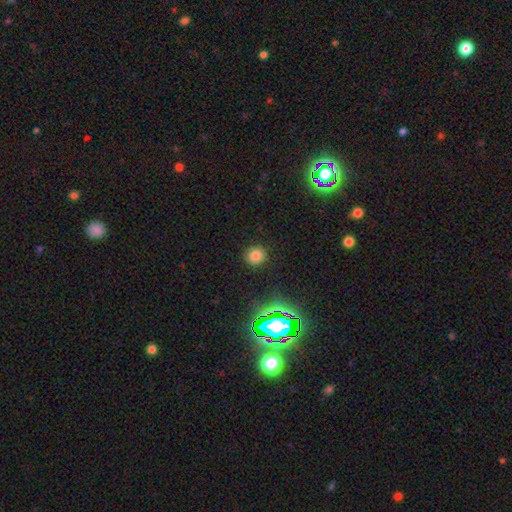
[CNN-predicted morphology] Smooth or featured? smooth (75%)
How rounded? round (87%)
Merging? none (89%)